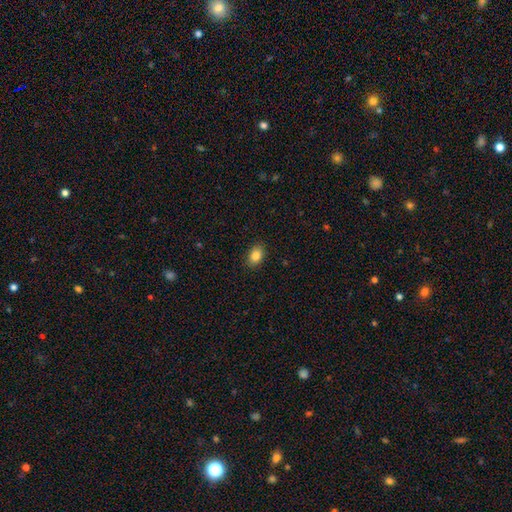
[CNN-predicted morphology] Overall: smooth (85%). How rounded: in between (80%). Merging: none (89%).